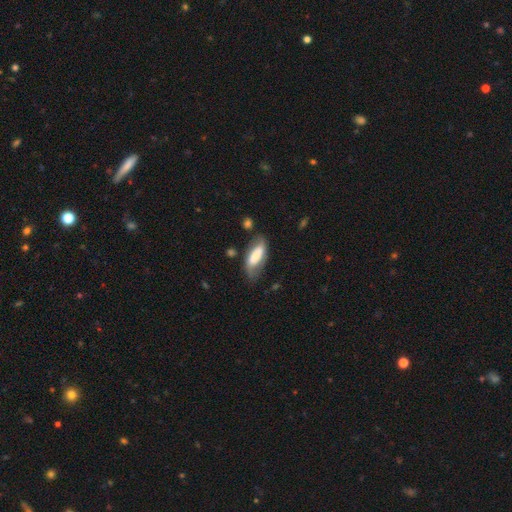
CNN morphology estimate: A smooth galaxy with no disk features (57%) that is in between round and cigar-shaped (79%). Merging: none (56%).